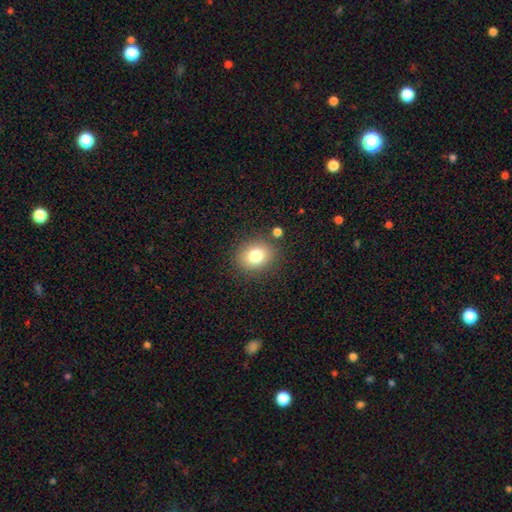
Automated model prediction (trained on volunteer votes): Smooth or featured? Predicted: smooth (p=0.80). How rounded? Predicted: round (p=0.58). Merging? Predicted: none (p=0.83).